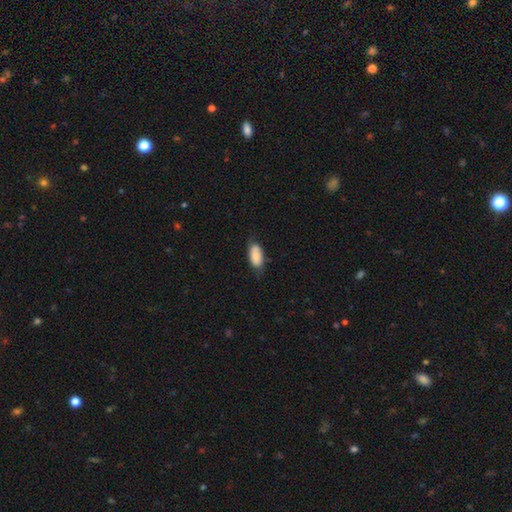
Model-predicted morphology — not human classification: The model was most divided on "merging": none: 70%, minor disturbance: 24%, major disturbance: 4%, merger: 1%. More confident: how rounded — in between (91%); smooth or featured — smooth (83%).